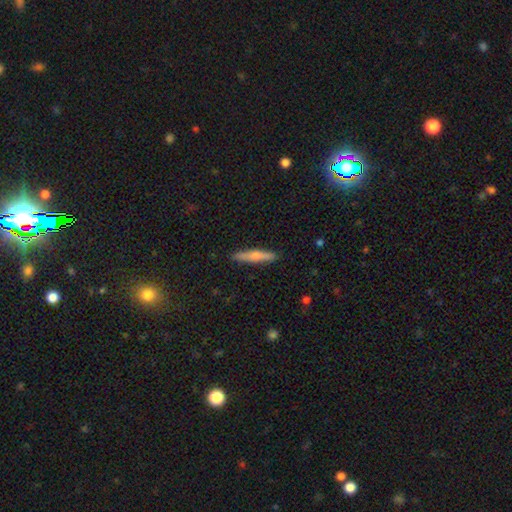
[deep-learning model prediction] Smooth or featured? smooth (65%)
How rounded? cigar-shaped (90%)
Merging? none (90%)